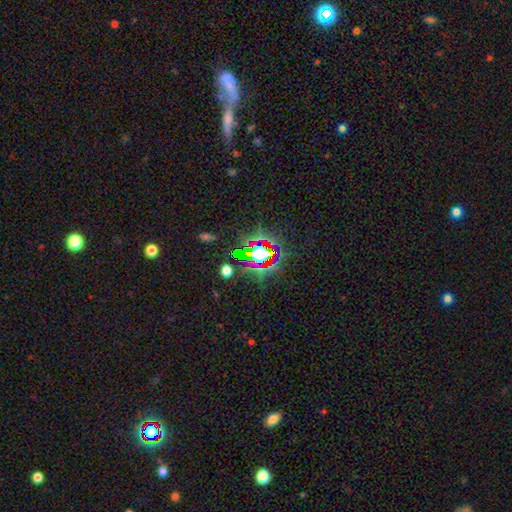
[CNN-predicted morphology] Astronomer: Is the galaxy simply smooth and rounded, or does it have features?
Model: star or artifact — 71%.